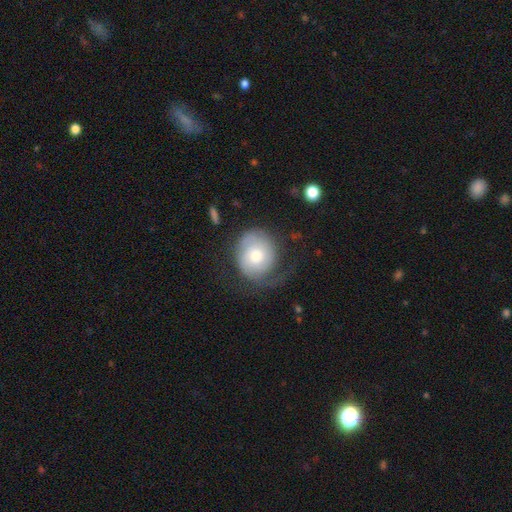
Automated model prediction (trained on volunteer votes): Smooth or featured?
  - featured or disk: 58% *
  - smooth: 36%
  - star or artifact: 6%
Edge-on disk?
  - no: 97% *
  - yes: 3%
Bar?
  - no: 76% *
  - weak: 20%
  - strong: 3%
Spiral arms?
  - yes: 84% *
  - no: 16%
Bulge size?
  - moderate: 68% *
  - small: 19%
  - large: 10%
  - dominant: 2%
  - none: 1%
Merging?
  - none: 51% *
  - major disturbance: 24%
  - minor disturbance: 23%
  - merger: 2%